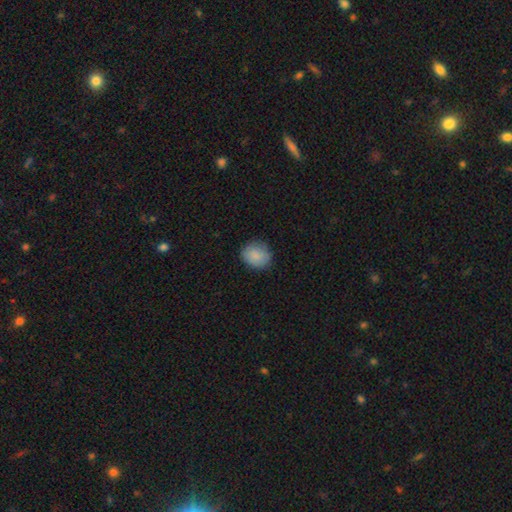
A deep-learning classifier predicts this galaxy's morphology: This is clearly a smooth galaxy (87%). How rounded: likely round (68%). Merging: clearly none (84%).